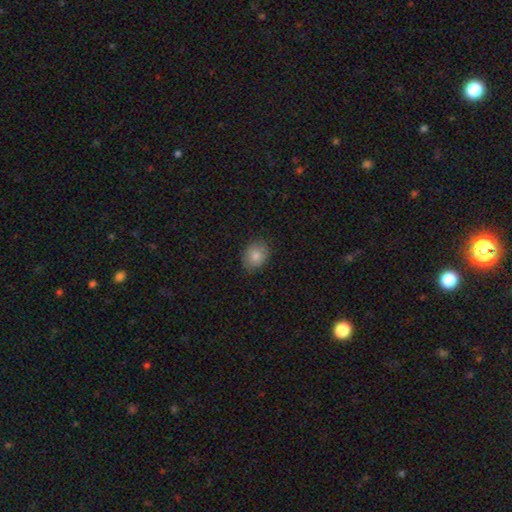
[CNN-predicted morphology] smooth_or_featured: smooth (p=0.82) [alt: star or artifact p=0.09]
how_rounded: in between (p=0.55) [alt: round p=0.44]
merging: none (p=0.86) [alt: minor disturbance p=0.11]